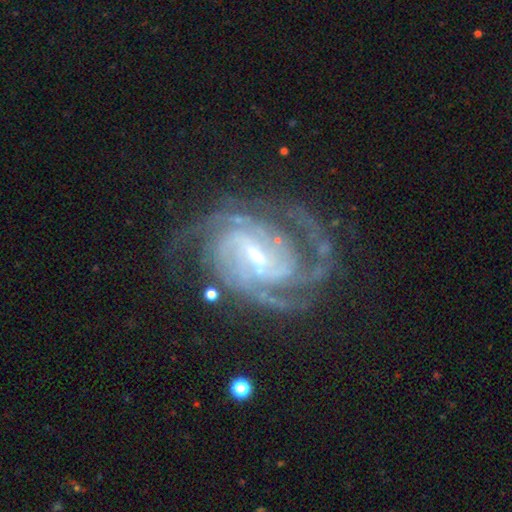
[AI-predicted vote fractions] This is clearly a featured or disk galaxy (92%). It is clearly not viewed edge-on (98%). Bar: possibly weak (48%). Spiral arm pattern: clearly yes (98%). Spiral arm count: marginally 3 (30%). Spiral winding: possibly tight (57%). Central bulge: possibly small (59%). Merging: likely none (70%).